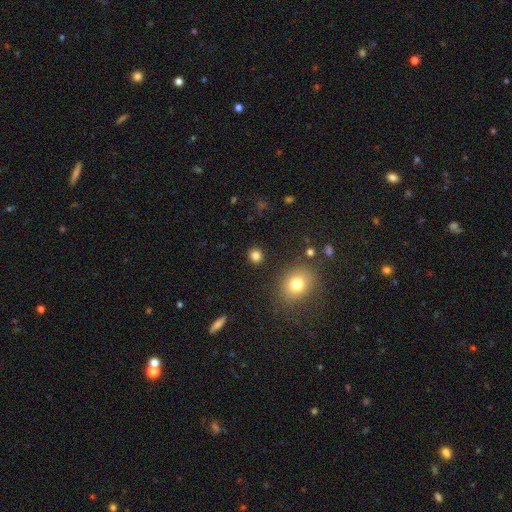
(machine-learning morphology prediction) smooth 82%, star or artifact 13%, featured or disk 5%. Down the decision tree: how rounded — round (88%); merging — none (90%).